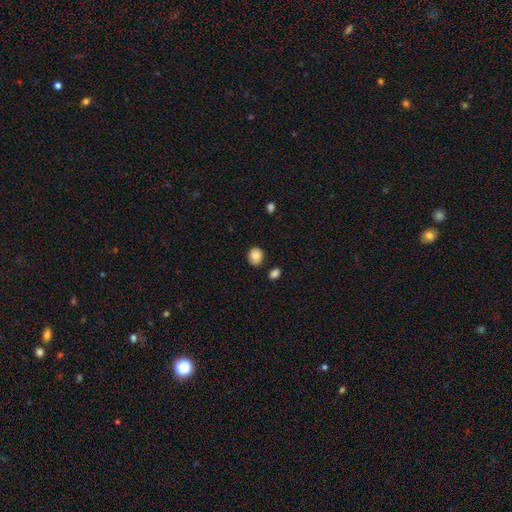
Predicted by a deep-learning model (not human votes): Overall: smooth (86%). How rounded: round (62%; in between 37%). Merging: none (80%).